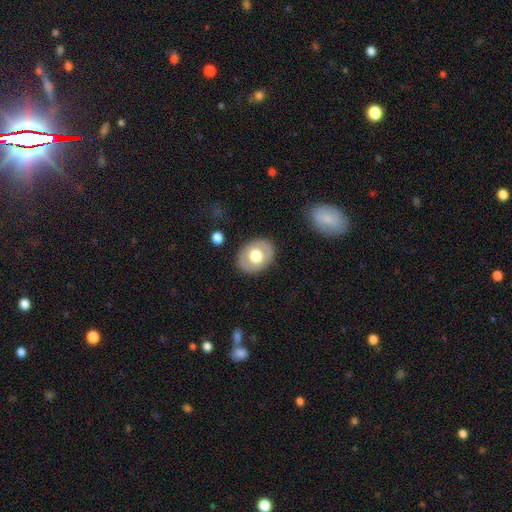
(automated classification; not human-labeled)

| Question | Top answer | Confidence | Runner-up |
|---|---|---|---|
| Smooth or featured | smooth | 56% | featured or disk (38%) |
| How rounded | in between | 64% | round (35%) |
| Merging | none | 85% | minor disturbance (10%) |